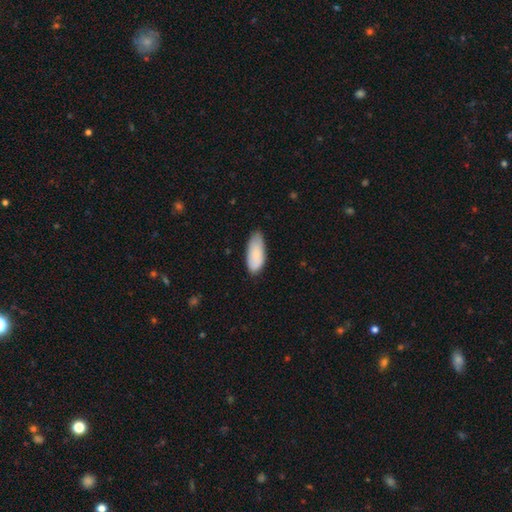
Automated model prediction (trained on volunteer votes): Morphology: type=smooth (84%); roundness=in between (85%); merging=none (69%).